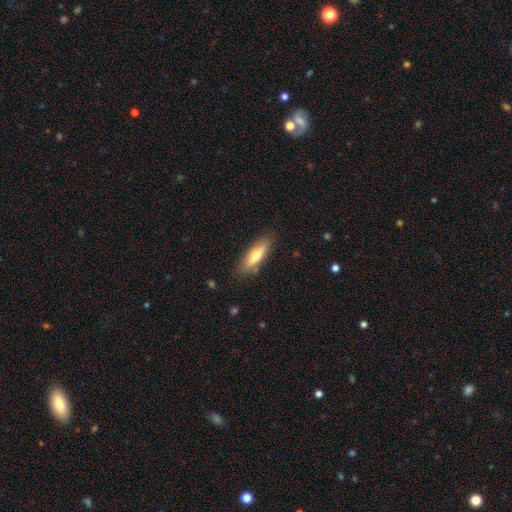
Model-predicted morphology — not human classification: A smooth galaxy with no disk features (64%) that is cigar-shaped (53%). Merging: none (83%).